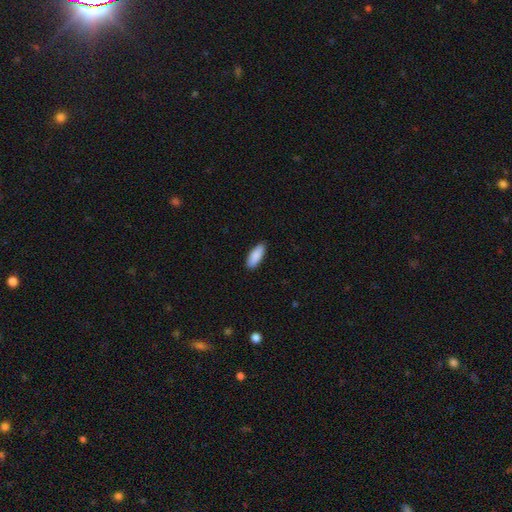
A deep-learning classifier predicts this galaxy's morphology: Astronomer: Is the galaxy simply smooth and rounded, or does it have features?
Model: smooth — 90%.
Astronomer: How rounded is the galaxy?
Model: in between — 73%.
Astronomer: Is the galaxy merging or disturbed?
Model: none — 89%.